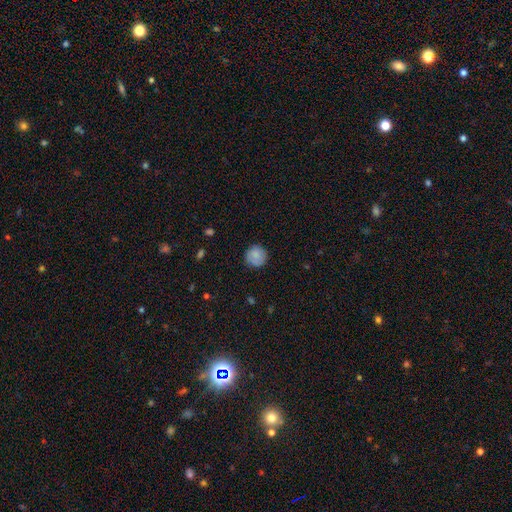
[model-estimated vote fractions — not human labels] Smooth or featured? Predicted: smooth (p=0.85). How rounded? Predicted: round (p=0.93). Merging? Predicted: none (p=0.85).